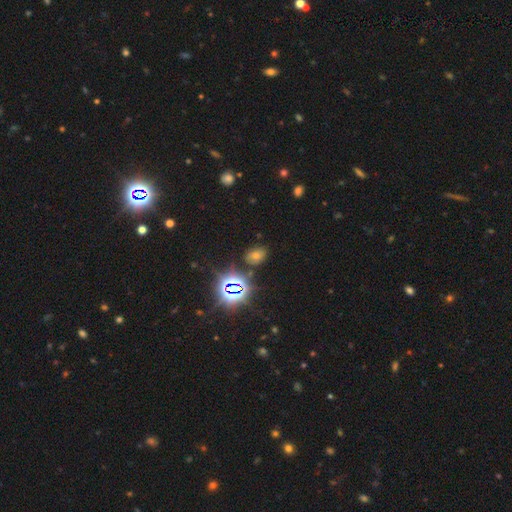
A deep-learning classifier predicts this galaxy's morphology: Smooth or featured? Predicted: star or artifact (p=0.52).